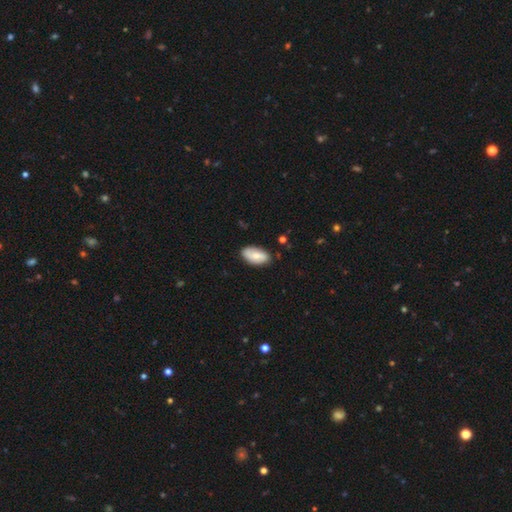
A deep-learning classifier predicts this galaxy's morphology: A smooth galaxy with no disk features (68%) that is in between round and cigar-shaped (94%).

Vote fractions:
- Smooth or featured? smooth: 68% / featured or disk: 26% / star or artifact: 6%
- How rounded? in between: 94% / round: 4% / cigar-shaped: 2%
- Merging? none: 78% / minor disturbance: 17% / major disturbance: 3% / merger: 2%